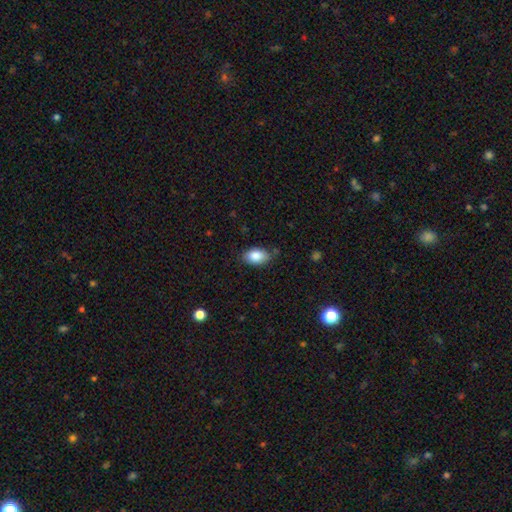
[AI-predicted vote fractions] A smooth galaxy with no disk features (86%) that is in between round and cigar-shaped (90%).

Vote fractions:
- Smooth or featured? smooth: 86% / star or artifact: 7% / featured or disk: 6%
- How rounded? in between: 90% / round: 9% / cigar-shaped: 1%
- Merging? none: 77% / minor disturbance: 18% / major disturbance: 3% / merger: 2%